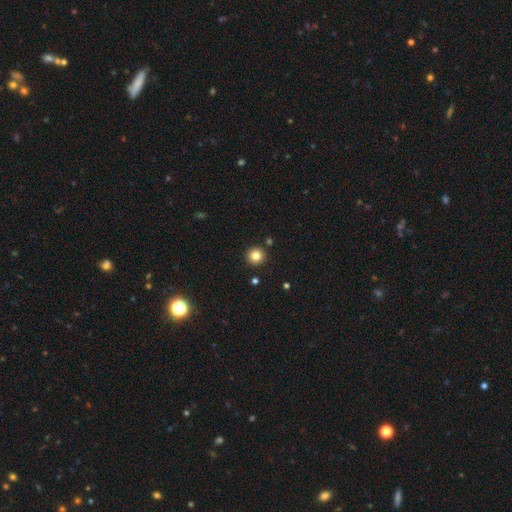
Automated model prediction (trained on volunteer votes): This appears to be a smooth galaxy with no disk features (82%) that is round (95%). Merging: none (91%).